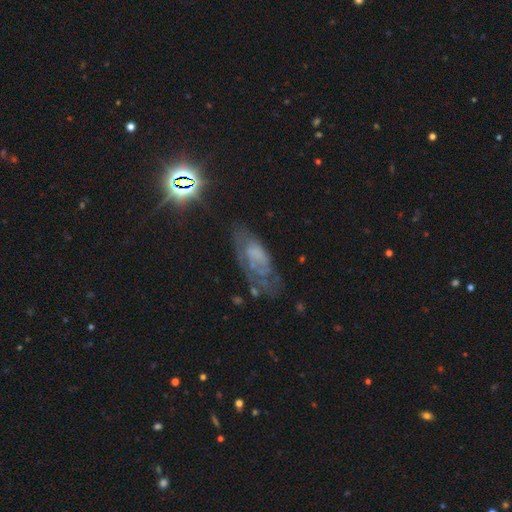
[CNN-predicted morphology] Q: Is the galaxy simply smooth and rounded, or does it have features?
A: featured or disk — 55%.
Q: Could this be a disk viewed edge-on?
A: no — 89%.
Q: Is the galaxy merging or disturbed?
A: none — 48%.